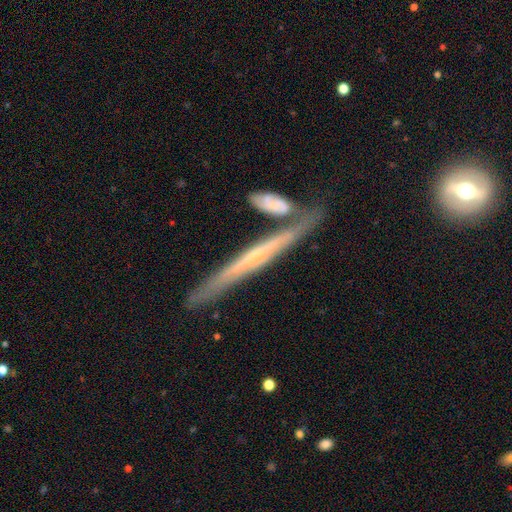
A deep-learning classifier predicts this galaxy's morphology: Overall: featured or disk (66%; smooth 28%). Edge-on disk: yes (92%). Edge-on bulge: none (59%; rounded 35%). Merging: none (71%).